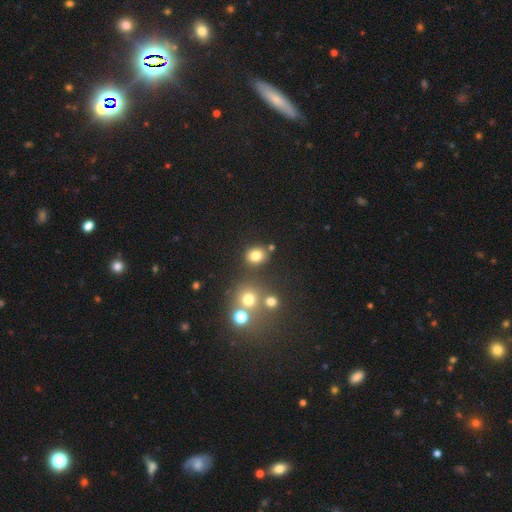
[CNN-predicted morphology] This appears to be a smooth galaxy with no disk features (78%) that is round (65%). Merging: none (76%).